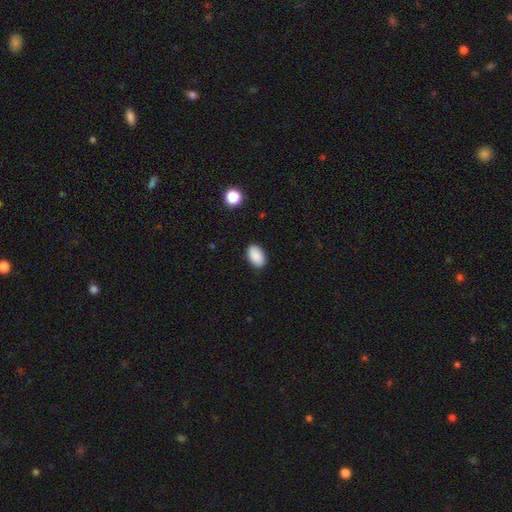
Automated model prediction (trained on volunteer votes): This appears to be a smooth galaxy with no disk features (90%) that is in between round and cigar-shaped (92%). Merging: none (88%).